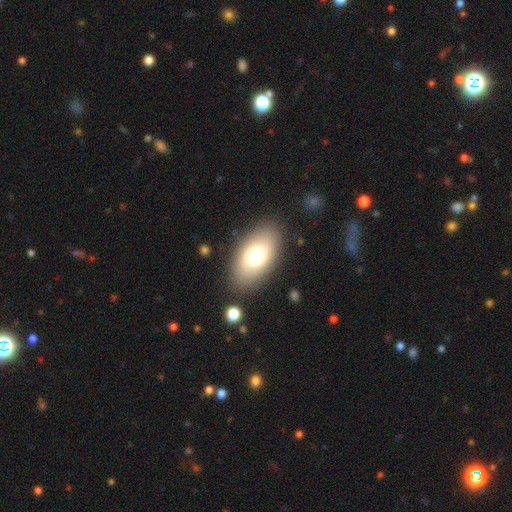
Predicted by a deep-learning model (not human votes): smooth_or_featured: smooth (p=0.71) [alt: featured or disk p=0.19]
how_rounded: in between (p=0.90) [alt: round p=0.07]
merging: none (p=0.85) [alt: minor disturbance p=0.09]